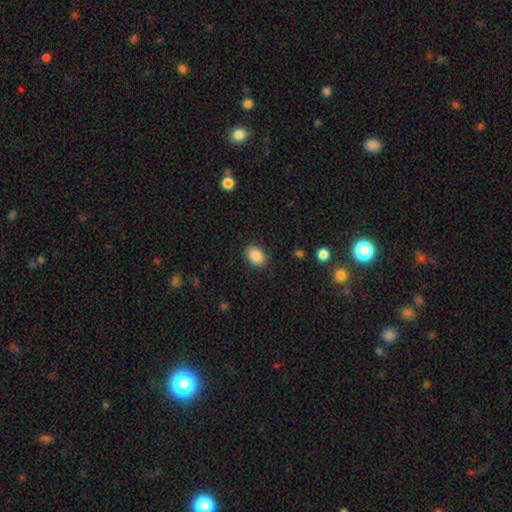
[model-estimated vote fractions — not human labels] A smooth galaxy with no disk features (88%) that is in between round and cigar-shaped (75%).

Vote fractions:
- Smooth or featured? smooth: 88% / star or artifact: 8% / featured or disk: 4%
- How rounded? in between: 75% / round: 24% / cigar-shaped: 1%
- Merging? none: 87% / minor disturbance: 10% / major disturbance: 3% / merger: 1%